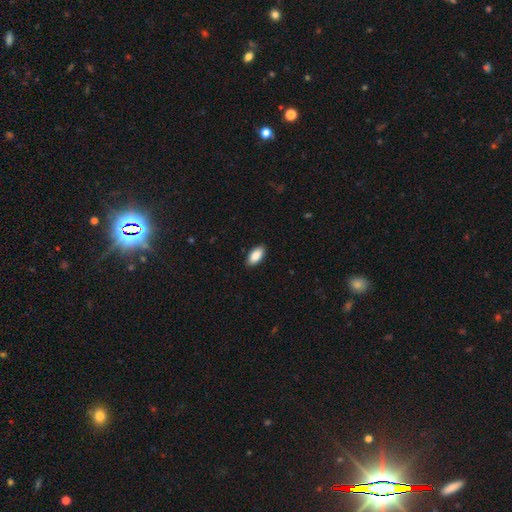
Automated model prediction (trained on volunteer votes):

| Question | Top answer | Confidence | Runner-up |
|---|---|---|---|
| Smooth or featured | smooth | 89% | star or artifact (6%) |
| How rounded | in between | 93% | cigar-shaped (5%) |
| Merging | none | 89% | minor disturbance (8%) |